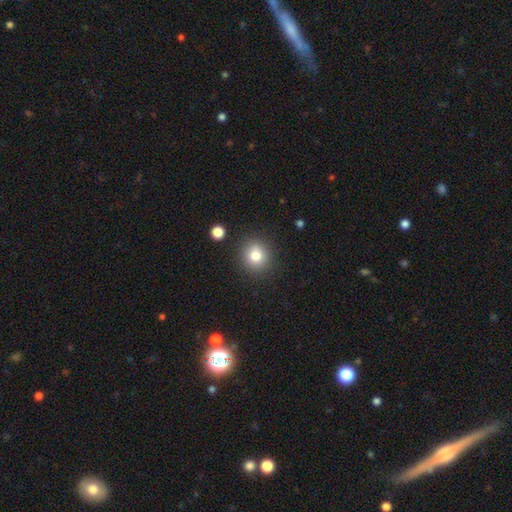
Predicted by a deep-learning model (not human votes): Smooth or featured? Predicted: smooth (p=0.79). How rounded? Predicted: round (p=0.86). Merging? Predicted: none (p=0.87).